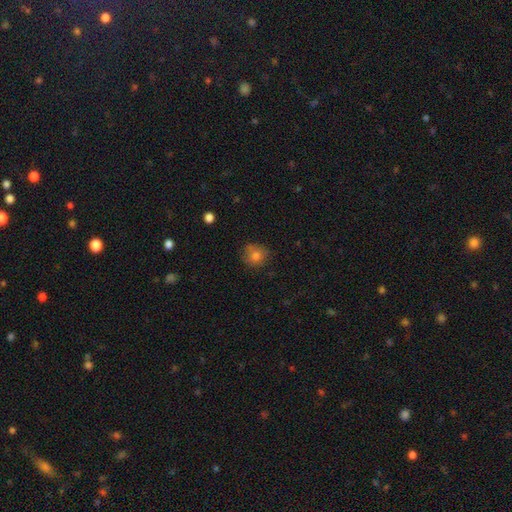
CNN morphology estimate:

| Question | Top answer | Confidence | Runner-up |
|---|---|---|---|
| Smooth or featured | smooth | 78% | star or artifact (11%) |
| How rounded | round | 86% | in between (13%) |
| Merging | none | 71% | minor disturbance (19%) |